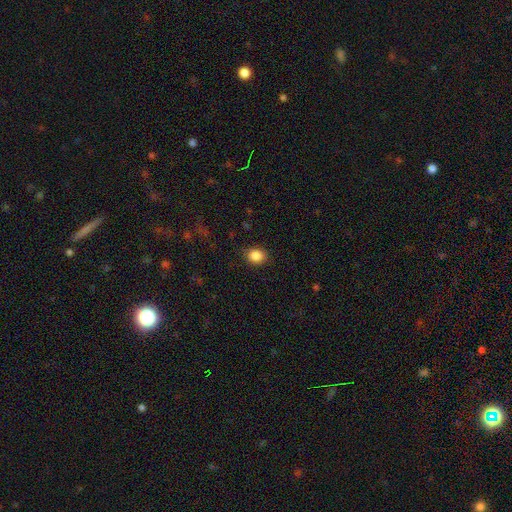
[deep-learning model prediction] Smooth or featured?
  - smooth: 86% *
  - star or artifact: 9%
  - featured or disk: 4%
How rounded?
  - round: 61% *
  - in between: 38%
  - cigar-shaped: 1%
Merging?
  - none: 88% *
  - minor disturbance: 9%
  - major disturbance: 3%
  - merger: 1%